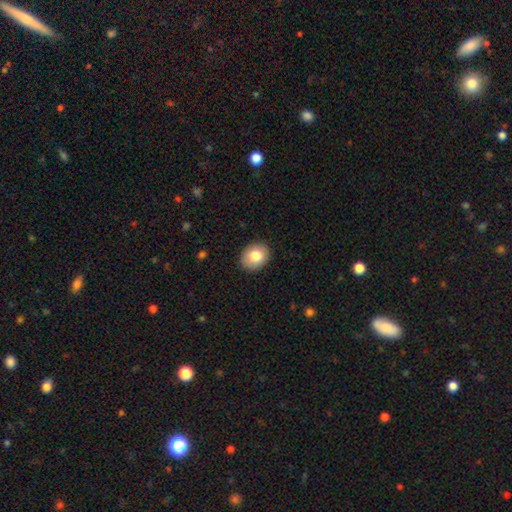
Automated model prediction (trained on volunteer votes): This appears to be a smooth galaxy with no disk features (81%) that is in between round and cigar-shaped (50%). Merging: none (88%).